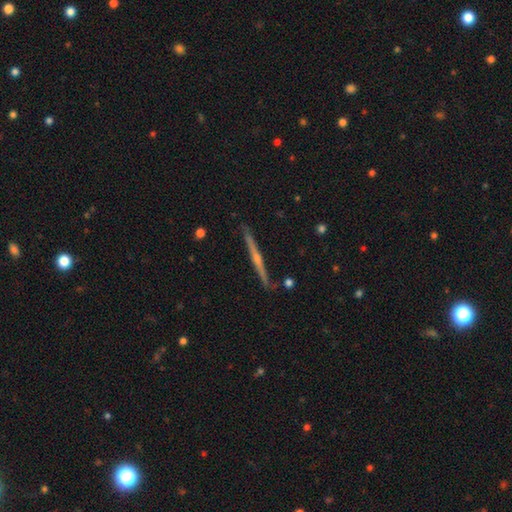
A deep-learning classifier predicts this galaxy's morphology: Smooth or featured?
  - featured or disk: 69% *
  - smooth: 21%
  - star or artifact: 11%
Edge-on disk?
  - yes: 95% *
  - no: 5%
Edge-on bulge?
  - rounded: 59% *
  - none: 31%
  - boxy: 10%
Merging?
  - none: 84% *
  - minor disturbance: 10%
  - major disturbance: 3%
  - merger: 3%